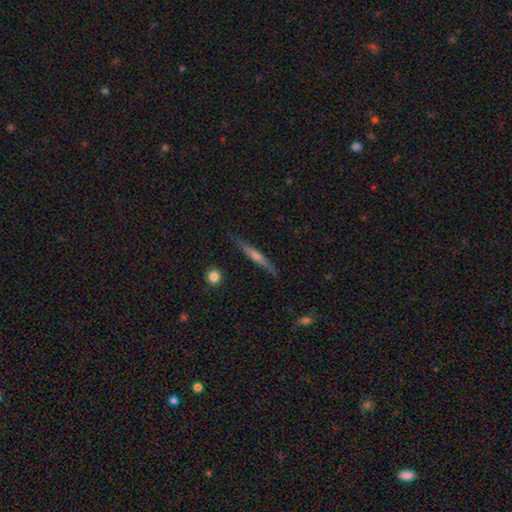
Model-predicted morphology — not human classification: The model was most divided on "edge-on bulge": rounded: 70%, none: 22%, boxy: 8%. More confident: edge-on disk — yes (97%); merging — none (89%); smooth or featured — featured or disk (70%).